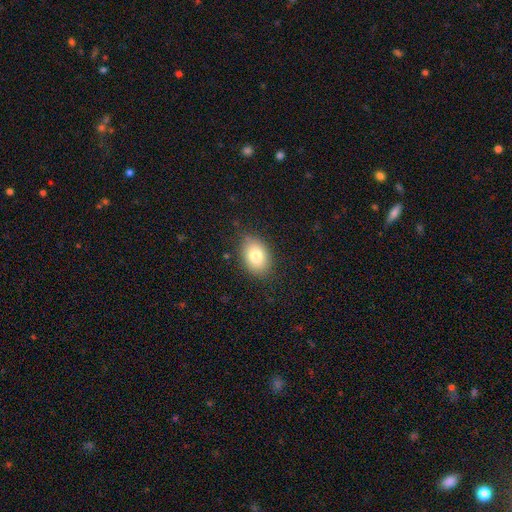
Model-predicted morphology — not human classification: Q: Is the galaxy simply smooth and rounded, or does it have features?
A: smooth — 80%.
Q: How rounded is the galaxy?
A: in between — 78%.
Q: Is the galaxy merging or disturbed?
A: none — 83%.